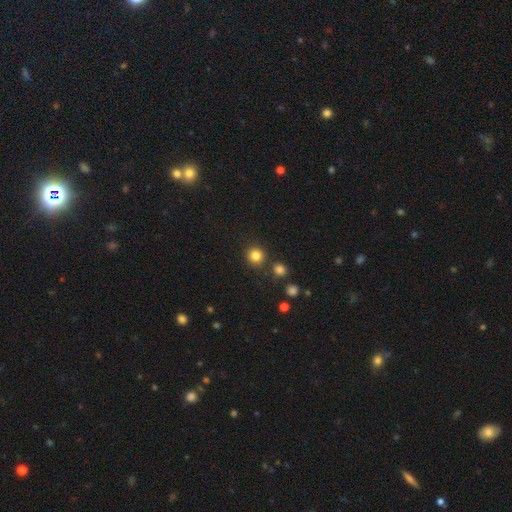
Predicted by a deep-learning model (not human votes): This appears to be a smooth galaxy with no disk features (83%) that is round (93%). Merging: none (85%).